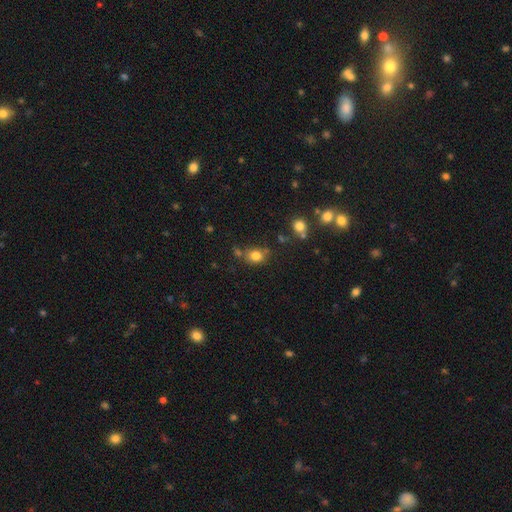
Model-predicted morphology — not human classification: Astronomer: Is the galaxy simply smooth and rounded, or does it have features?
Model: smooth — 80%.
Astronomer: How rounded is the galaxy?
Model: round — 62%.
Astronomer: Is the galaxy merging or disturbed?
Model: none — 65%.